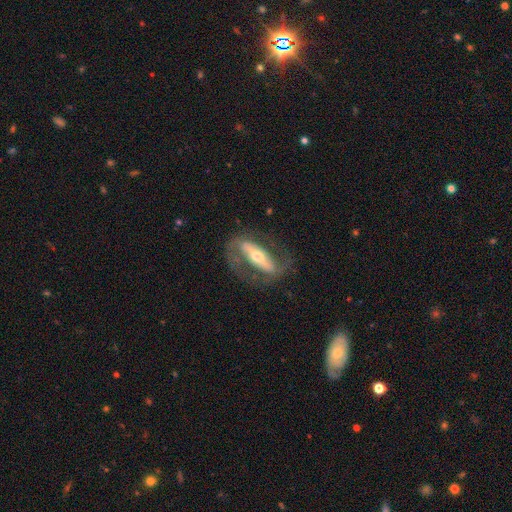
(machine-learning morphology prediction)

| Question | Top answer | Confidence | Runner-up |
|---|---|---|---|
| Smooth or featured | featured or disk | 82% | smooth (13%) |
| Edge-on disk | no | 80% | yes (20%) |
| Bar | strong | 69% | weak (15%) |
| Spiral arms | yes | 79% | no (21%) |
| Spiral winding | medium | 45% | tight (29%) |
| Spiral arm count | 2 | 85% | can't tell (8%) |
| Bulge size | moderate | 53% | small (39%) |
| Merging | none | 72% | minor disturbance (14%) |